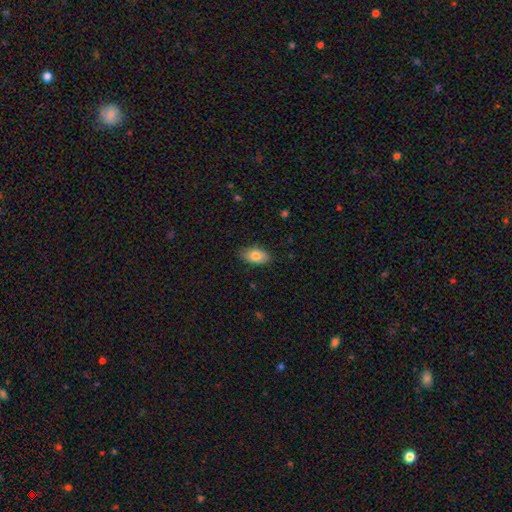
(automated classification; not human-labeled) Morphology: type=smooth (81%); roundness=in between (92%); merging=none (82%).